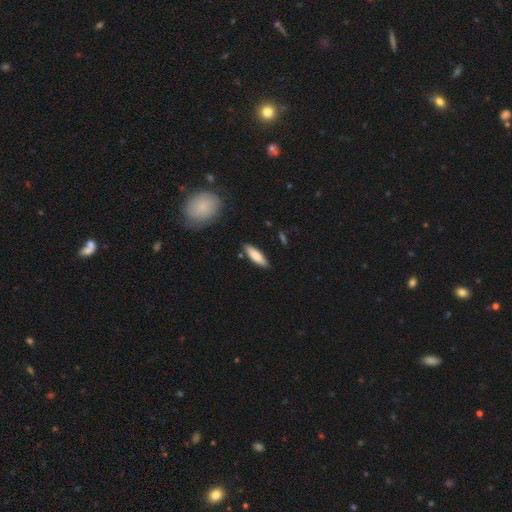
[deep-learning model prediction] The model was most divided on "how rounded": cigar-shaped: 55%, in between: 43%, round: 2%. More confident: merging — none (86%); smooth or featured — smooth (80%).